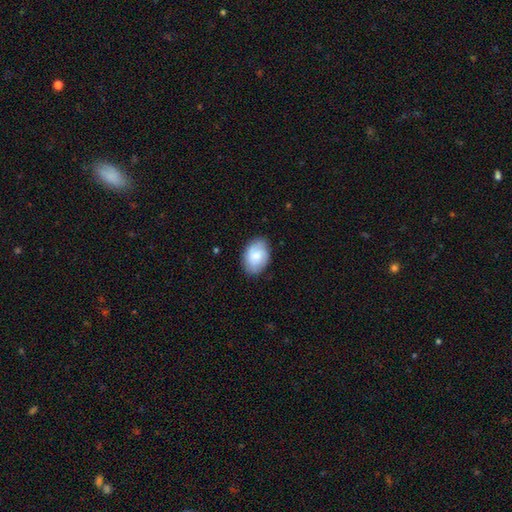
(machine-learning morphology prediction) Overall: smooth (66%; featured or disk 27%). How rounded: in between (81%). Merging: none (81%).